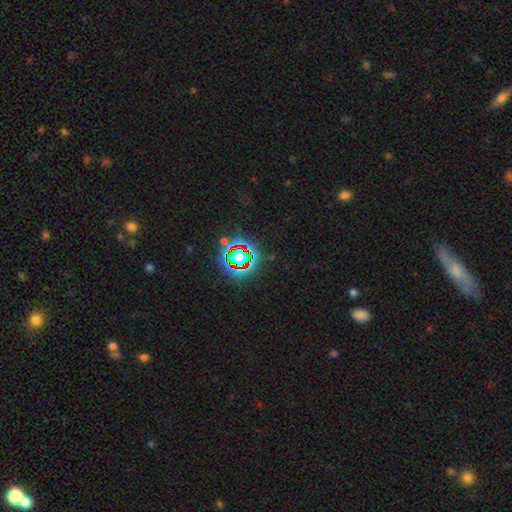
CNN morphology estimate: Smooth or featured: star or artifact — 78% (smooth — 14%)